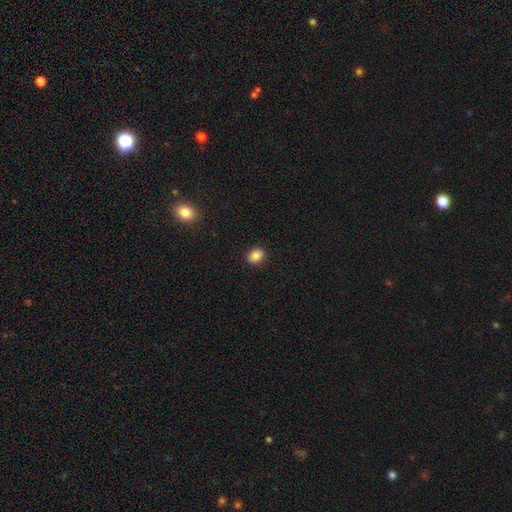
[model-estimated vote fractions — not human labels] smooth-or-featured: smooth: 84% | star or artifact: 10% | featured or disk: 6%
  how-rounded: round: 57% | in between: 42% | cigar-shaped: 1%
  merging: none: 90% | minor disturbance: 7% | major disturbance: 2% | merger: 1%